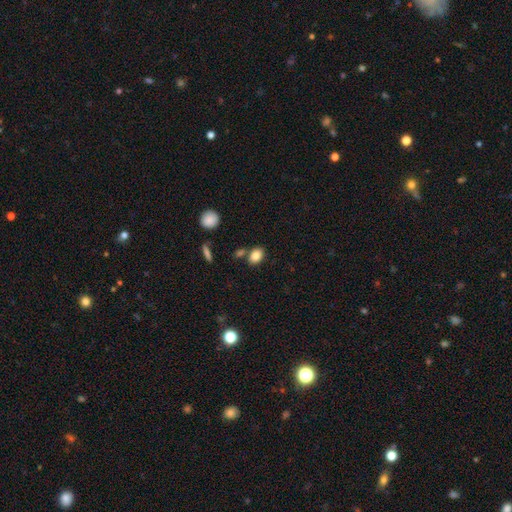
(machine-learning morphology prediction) This is clearly a smooth galaxy (83%). How rounded: likely in between (75%). Merging: likely none (71%).